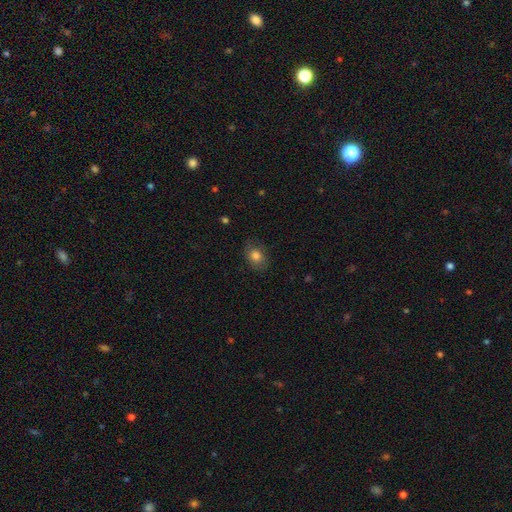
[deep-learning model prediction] This is clearly a smooth galaxy (81%). How rounded: likely in between (62%). Merging: likely none (79%).